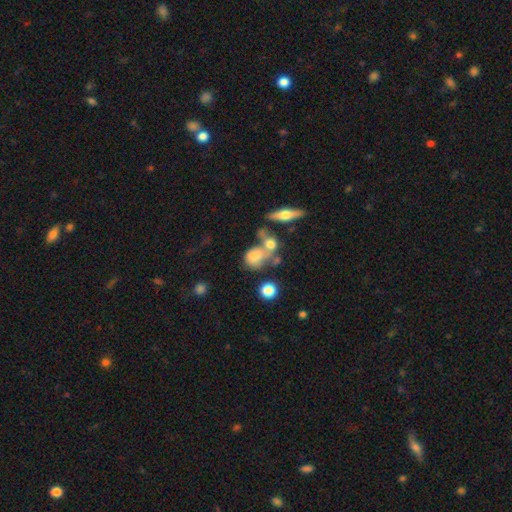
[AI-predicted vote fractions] Smooth or featured? Predicted: smooth (p=0.66). How rounded? Predicted: in between (p=0.50). Merging? Predicted: merger (p=0.49).